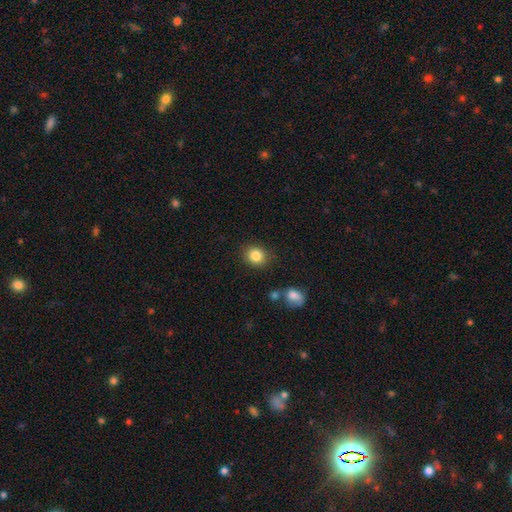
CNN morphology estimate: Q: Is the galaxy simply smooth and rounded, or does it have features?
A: smooth — 85%.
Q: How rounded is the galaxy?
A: round — 75%.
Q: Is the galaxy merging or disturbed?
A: none — 85%.